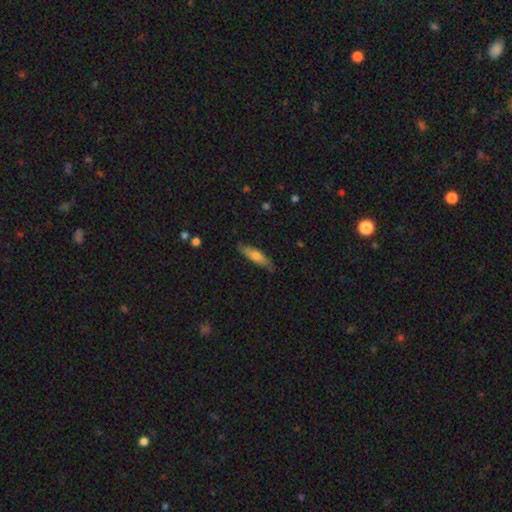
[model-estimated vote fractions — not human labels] This appears to be a smooth galaxy with no disk features (64%) that is cigar-shaped (68%). Merging: none (80%).